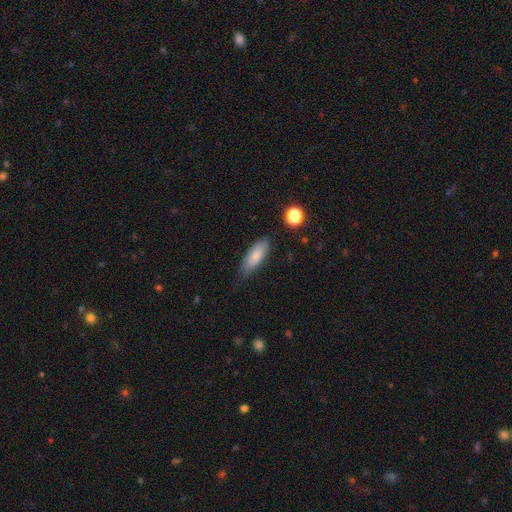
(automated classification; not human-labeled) smooth 82%, featured or disk 11%, star or artifact 7%. Down the decision tree: how rounded — in between (69%); merging — none (76%).